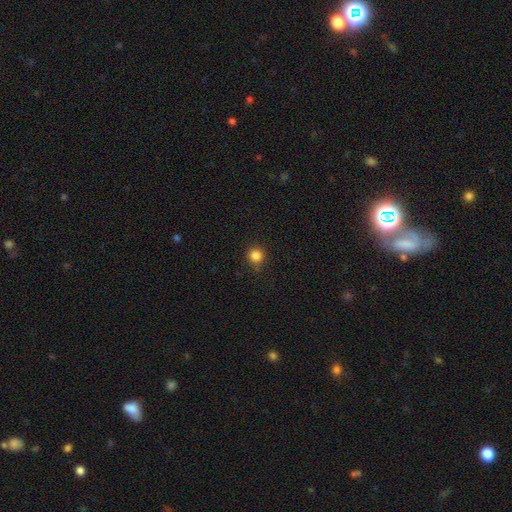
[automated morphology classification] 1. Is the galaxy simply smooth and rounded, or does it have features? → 84% smooth, 12% star or artifact, 4% featured or disk.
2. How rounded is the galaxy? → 94% round, 5% in between, 1% cigar-shaped.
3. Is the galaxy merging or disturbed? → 87% none, 9% minor disturbance, 2% major disturbance, 1% merger.